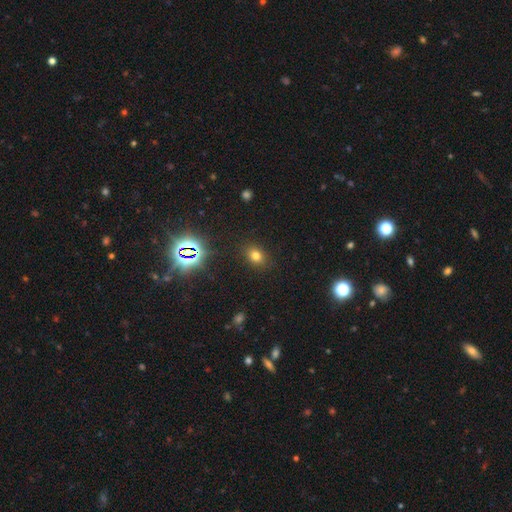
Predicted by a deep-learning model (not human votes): This appears to be a smooth galaxy with no disk features (69%) that is in between round and cigar-shaped (58%). Merging: none (87%).